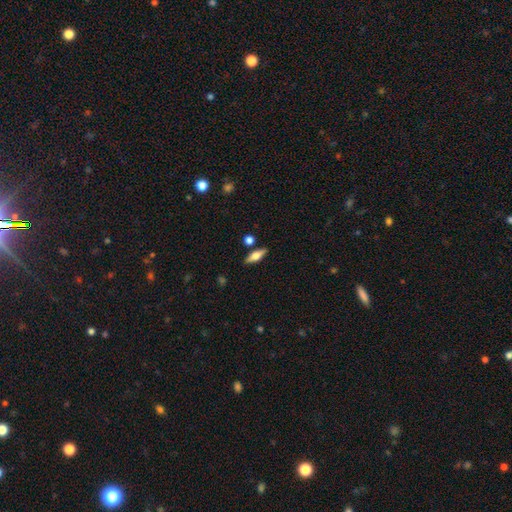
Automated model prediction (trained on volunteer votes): Q: Smooth or featured?
A: smooth (47%); runner-up: featured or disk (46%)
Q: Merging?
A: none (85%); runner-up: minor disturbance (9%)